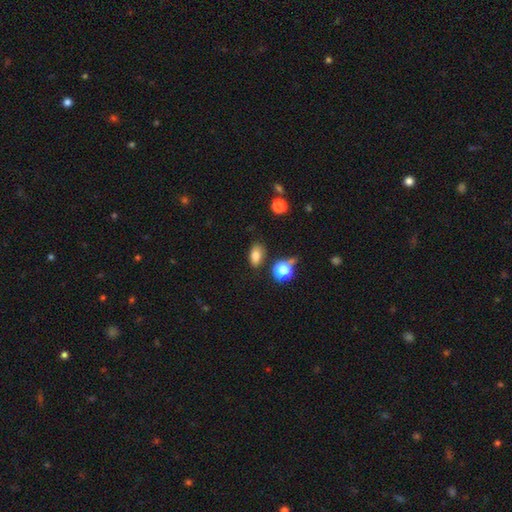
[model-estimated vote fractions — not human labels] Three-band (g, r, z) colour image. It shows a smooth galaxy with no disk features (80%) that is in between round and cigar-shaped (85%). Merging: none (79%).